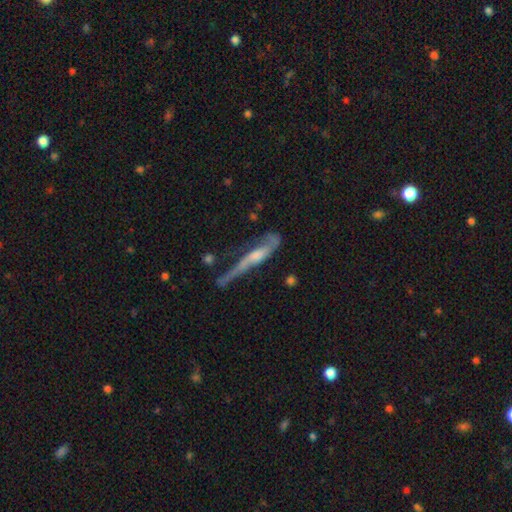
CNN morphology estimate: Smooth or featured? Predicted: featured or disk (p=0.67). Edge-on disk? Predicted: yes (p=0.61). Merging? Predicted: none (p=0.33).